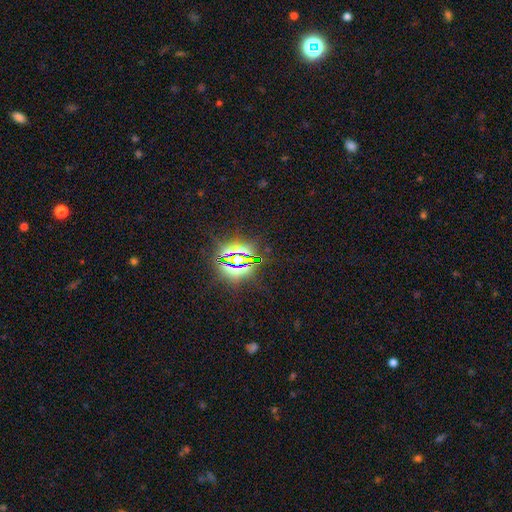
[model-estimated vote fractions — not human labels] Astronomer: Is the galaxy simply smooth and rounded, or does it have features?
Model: star or artifact — 84%.